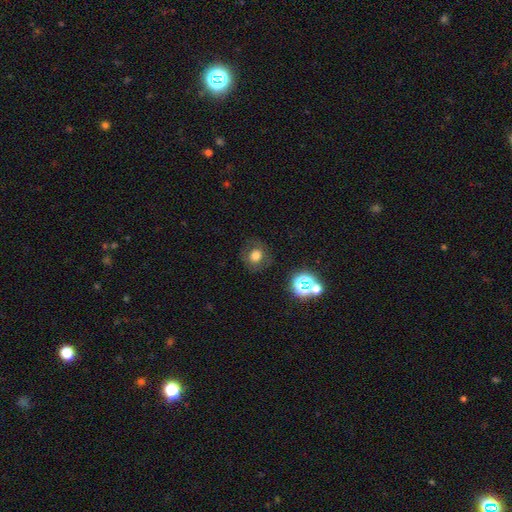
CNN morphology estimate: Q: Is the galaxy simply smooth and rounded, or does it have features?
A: smooth — 67%.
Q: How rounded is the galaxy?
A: round — 82%.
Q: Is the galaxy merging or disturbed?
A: none — 80%.